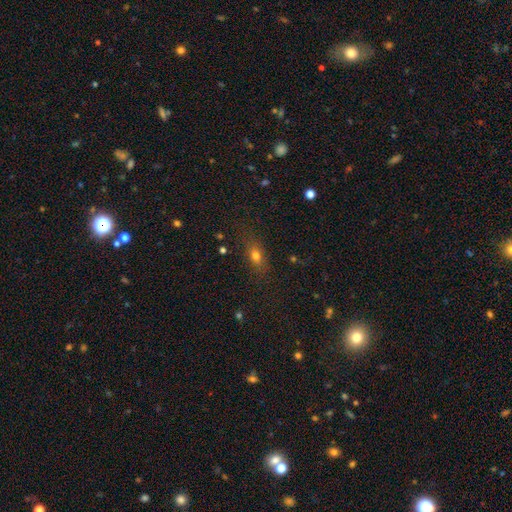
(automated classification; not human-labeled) This is likely a smooth galaxy (73%). How rounded: likely in between (70%). Merging: likely none (78%).